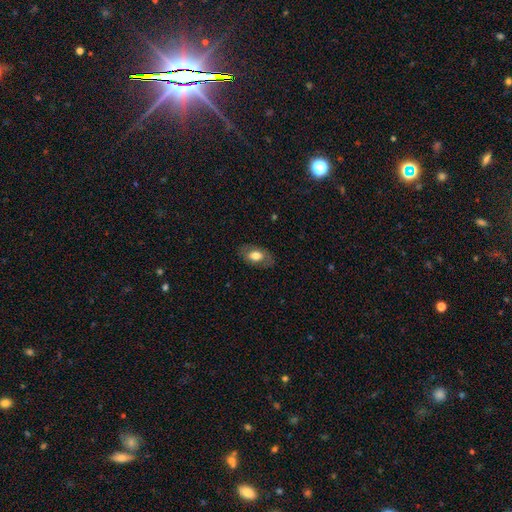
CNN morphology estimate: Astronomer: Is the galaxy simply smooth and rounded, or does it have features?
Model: smooth — 68%.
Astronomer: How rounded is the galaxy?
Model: in between — 90%.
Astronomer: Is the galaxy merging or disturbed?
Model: none — 80%.